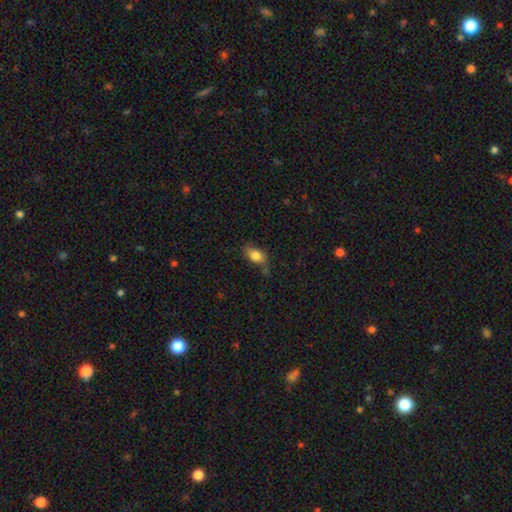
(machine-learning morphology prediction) smooth_or_featured: smooth (p=0.81) [alt: featured or disk p=0.11]
how_rounded: in between (p=0.86) [alt: round p=0.09]
merging: none (p=0.56) [alt: minor disturbance p=0.30]